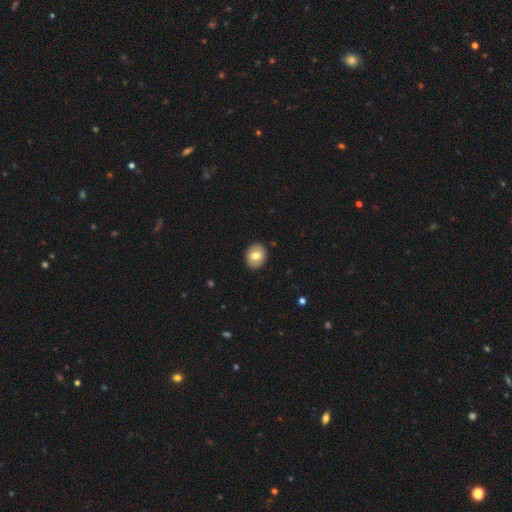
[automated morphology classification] Q: Smooth or featured?
A: smooth (73%); runner-up: featured or disk (20%)
Q: How rounded?
A: round (56%); runner-up: in between (44%)
Q: Merging?
A: none (90%); runner-up: minor disturbance (7%)